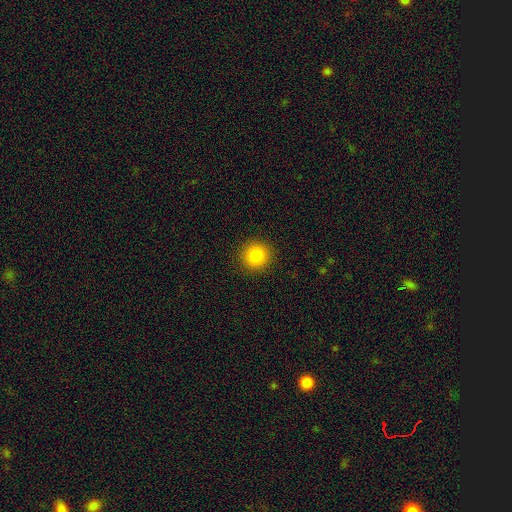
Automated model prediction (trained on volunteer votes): A smooth galaxy with no disk features (84%) that is round (93%).

Vote fractions:
- Smooth or featured? smooth: 84% / star or artifact: 11% / featured or disk: 5%
- How rounded? round: 93% / in between: 6% / cigar-shaped: 1%
- Merging? none: 92% / minor disturbance: 5% / major disturbance: 2% / merger: 1%